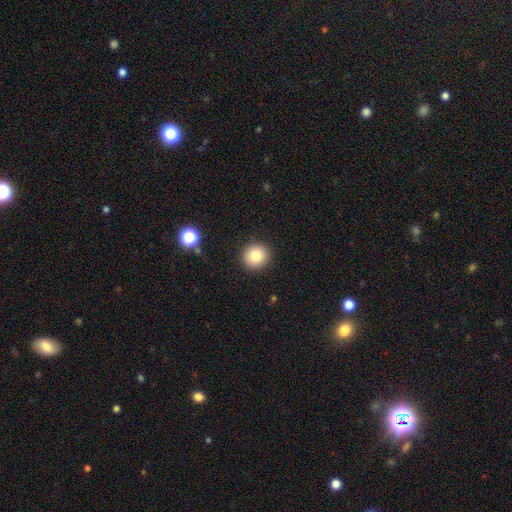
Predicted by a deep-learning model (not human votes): smooth_or_featured: smooth (p=0.81) [alt: star or artifact p=0.11]
how_rounded: round (p=0.92) [alt: in between p=0.07]
merging: none (p=0.91) [alt: minor disturbance p=0.06]